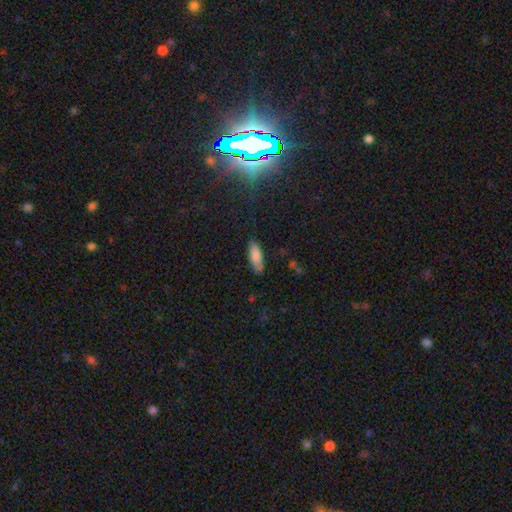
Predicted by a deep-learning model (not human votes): A smooth galaxy with no disk features (84%) that is in between round and cigar-shaped (64%). Merging: none (81%).